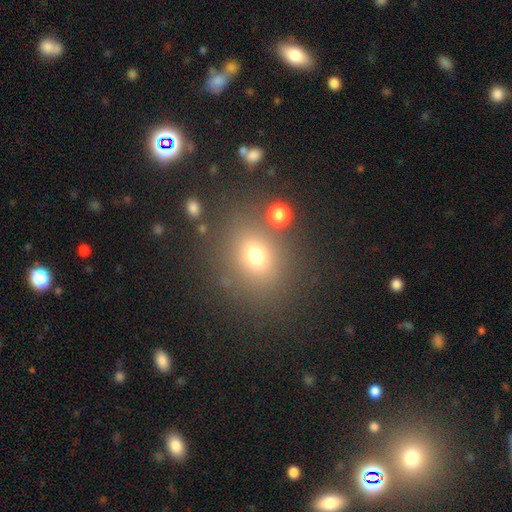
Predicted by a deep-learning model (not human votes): smooth-or-featured: smooth: 70% | star or artifact: 19% | featured or disk: 11%
  how-rounded: round: 58% | in between: 40% | cigar-shaped: 1%
  merging: none: 78% | minor disturbance: 10% | merger: 6% | major disturbance: 5%